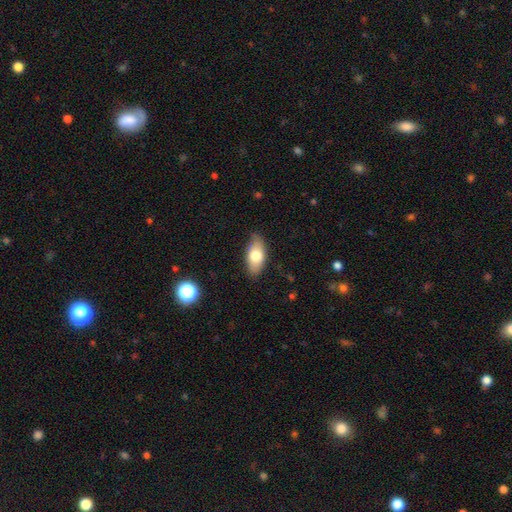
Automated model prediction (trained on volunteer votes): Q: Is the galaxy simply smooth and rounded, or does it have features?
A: smooth — 73%.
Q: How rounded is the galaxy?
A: in between — 90%.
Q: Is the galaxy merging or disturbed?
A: none — 81%.